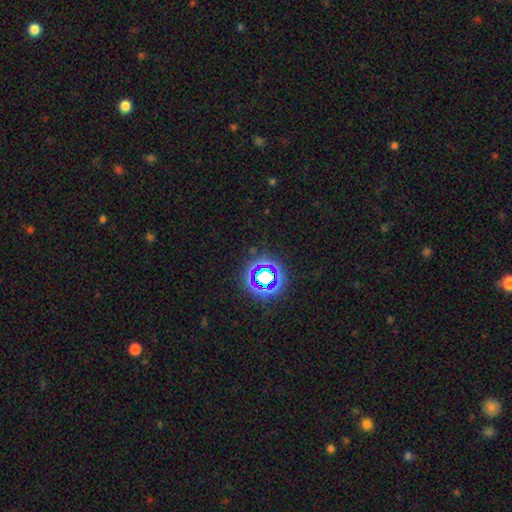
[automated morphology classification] The model was most divided on "smooth or featured": star or artifact: 67%, smooth: 27%, featured or disk: 7%.